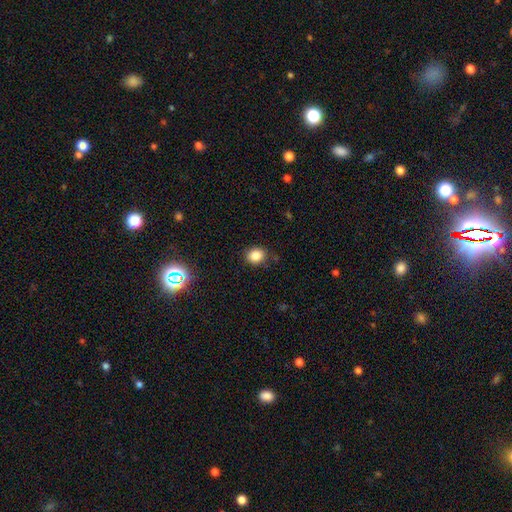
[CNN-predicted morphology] This appears to be a smooth galaxy with no disk features (84%) that is round (64%). Merging: none (85%).